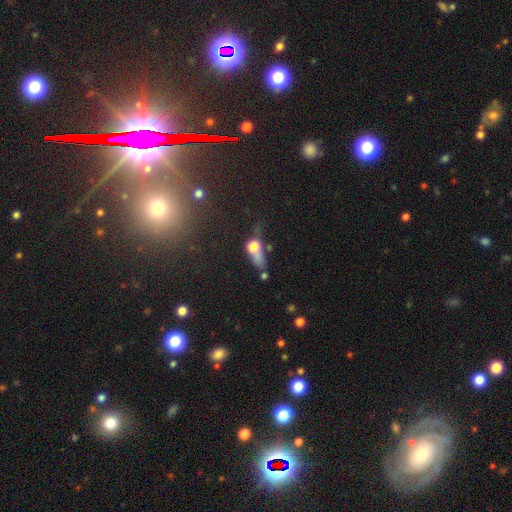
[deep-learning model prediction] This appears to be a smooth galaxy with no disk features (61%) that is in between round and cigar-shaped (51%). Merging: major disturbance (35%).